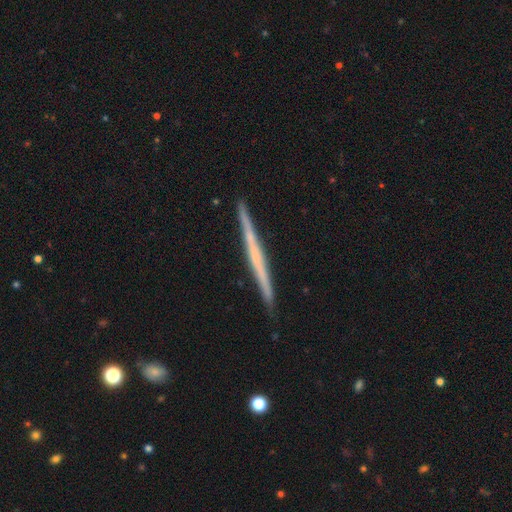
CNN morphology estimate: Smooth or featured? featured or disk (64%)
Edge-on disk? yes (98%)
Edge-on bulge? none (82%)
Merging? none (91%)